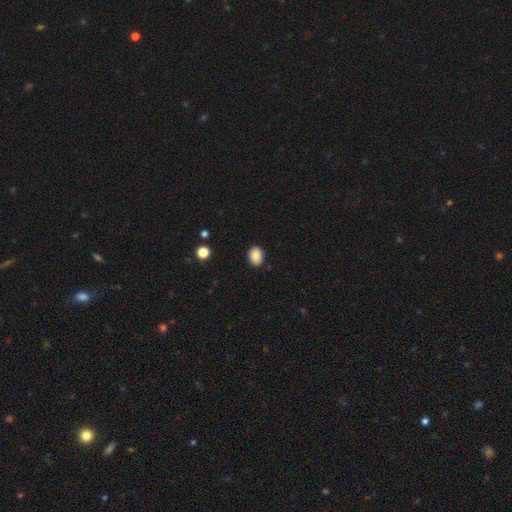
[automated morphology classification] This appears to be a smooth galaxy with no disk features (87%) that is in between round and cigar-shaped (68%). Merging: none (87%).